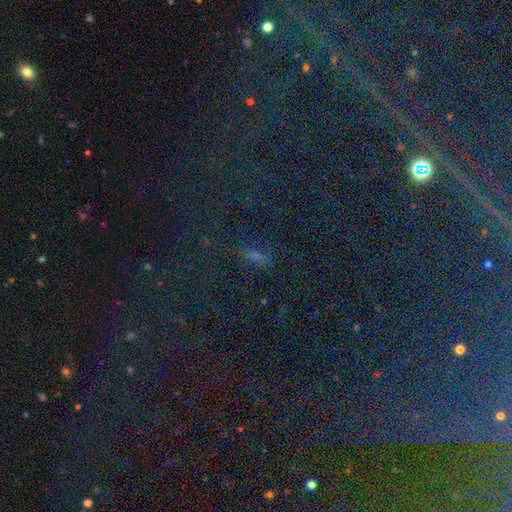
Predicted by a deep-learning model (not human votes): star or artifact 54%, smooth 35%, featured or disk 11%.